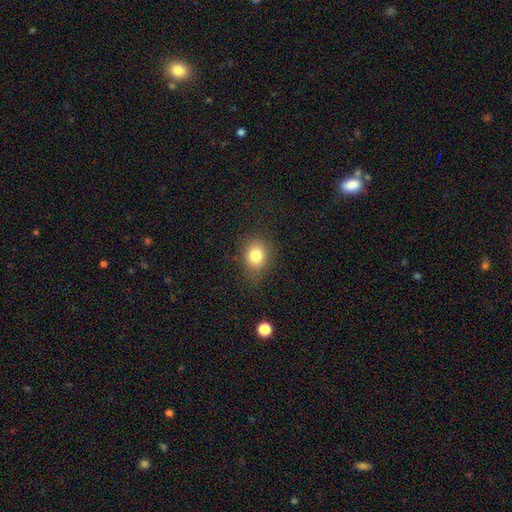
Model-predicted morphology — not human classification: This appears to be a smooth galaxy with no disk features (81%) that is round (53%). Merging: none (79%).